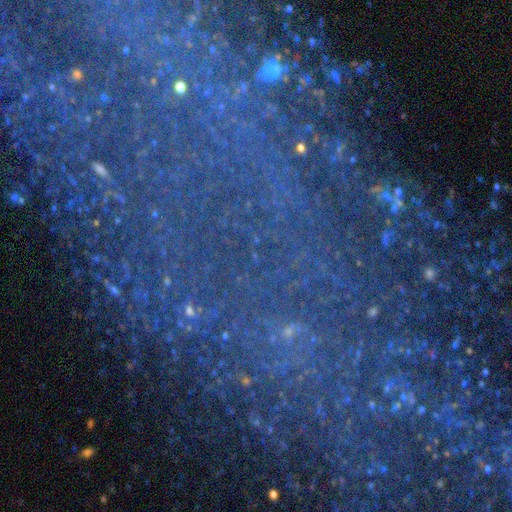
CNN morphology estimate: Overall: star or artifact (78%).